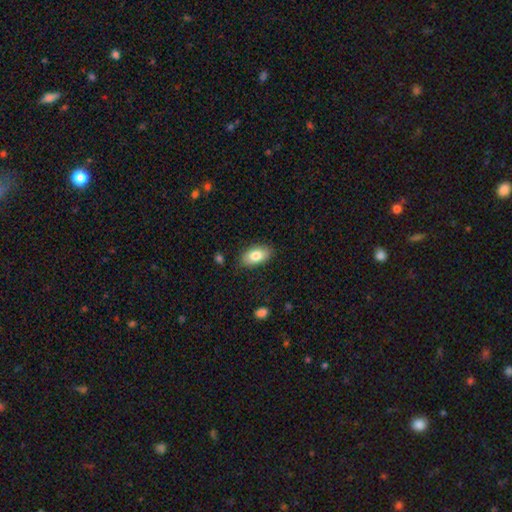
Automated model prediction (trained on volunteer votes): This appears to be a smooth galaxy with no disk features (81%) that is in between round and cigar-shaped (92%). Merging: none (84%).